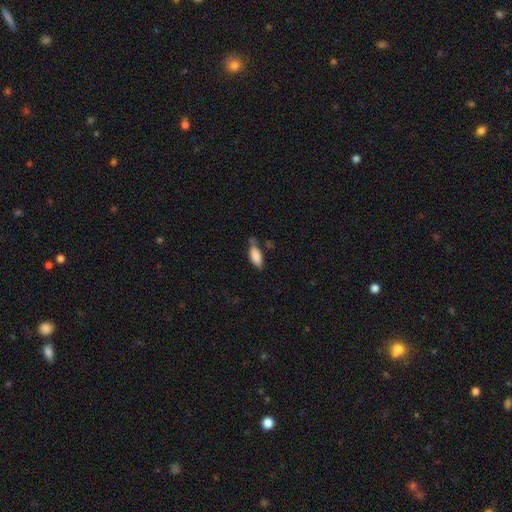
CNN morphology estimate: Smooth or featured?
  - smooth: 85% *
  - featured or disk: 8%
  - star or artifact: 7%
How rounded?
  - in between: 86% *
  - cigar-shaped: 12%
  - round: 2%
Merging?
  - none: 55% *
  - minor disturbance: 27%
  - merger: 11%
  - major disturbance: 7%